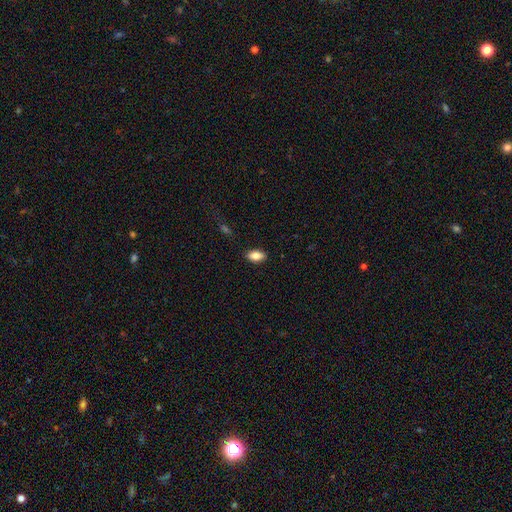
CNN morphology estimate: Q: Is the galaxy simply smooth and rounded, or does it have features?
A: smooth — 84%.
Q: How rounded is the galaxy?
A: in between — 91%.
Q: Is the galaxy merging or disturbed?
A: none — 88%.